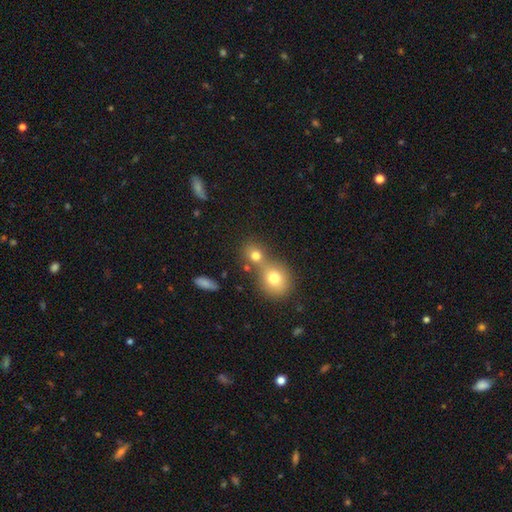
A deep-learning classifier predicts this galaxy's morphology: The model was most divided on "merging": merger: 50%, none: 40%, minor disturbance: 7%, major disturbance: 4%. More confident: smooth or featured — smooth (76%); how rounded — round (76%).